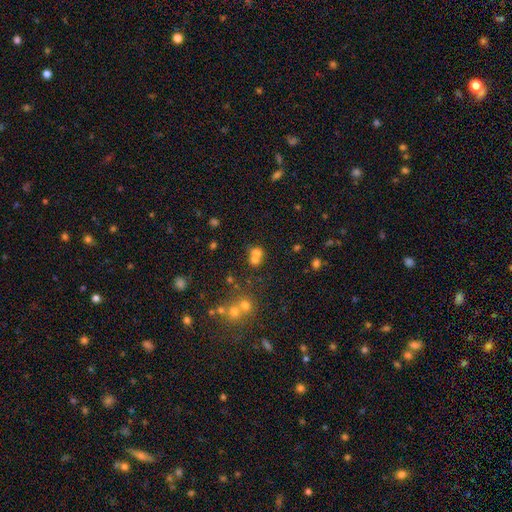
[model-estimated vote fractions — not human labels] smooth_or_featured: smooth (p=0.65) [alt: star or artifact p=0.18]
how_rounded: round (p=0.72) [alt: in between p=0.27]
merging: merger (p=0.53) [alt: none p=0.36]